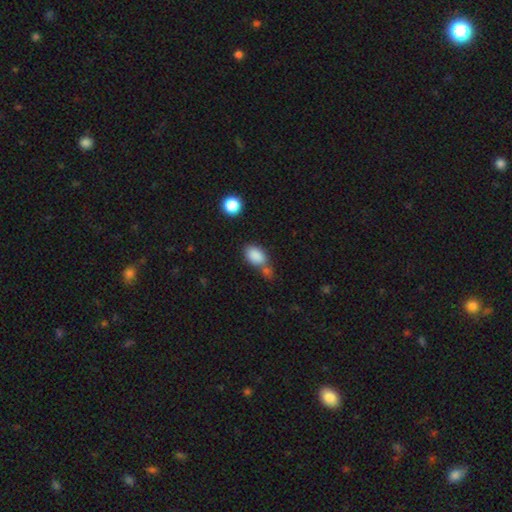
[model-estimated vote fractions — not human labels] Overall: smooth (86%). How rounded: in between (87%). Merging: none (49%; merger 31%).